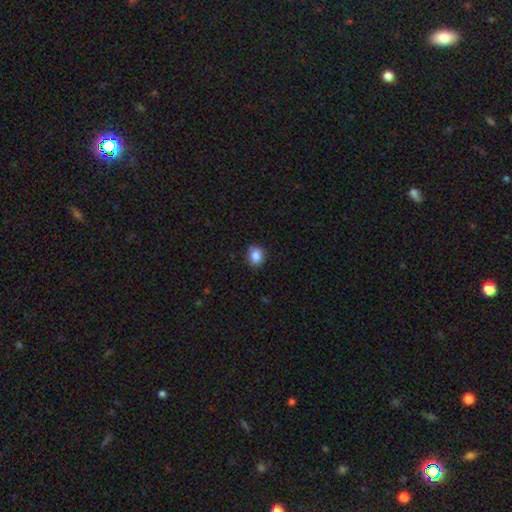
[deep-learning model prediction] smooth-or-featured: smooth: 86% | star or artifact: 10% | featured or disk: 5%
  how-rounded: round: 68% | in between: 31% | cigar-shaped: 1%
  merging: none: 83% | minor disturbance: 14% | major disturbance: 2% | merger: 1%